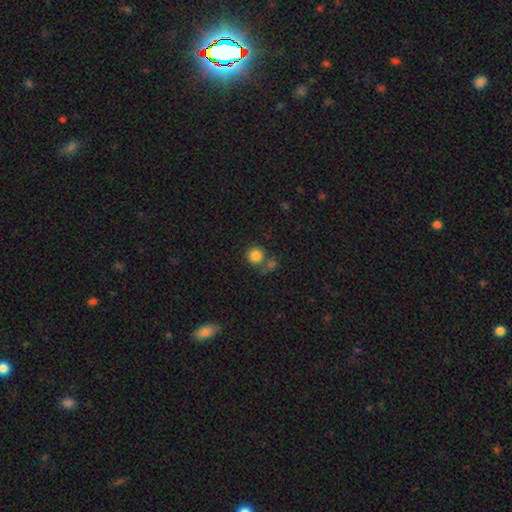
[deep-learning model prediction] Smooth or featured?
  - smooth: 84% *
  - star or artifact: 10%
  - featured or disk: 6%
How rounded?
  - round: 91% *
  - in between: 8%
  - cigar-shaped: 1%
Merging?
  - none: 56% *
  - merger: 26%
  - minor disturbance: 11%
  - major disturbance: 6%